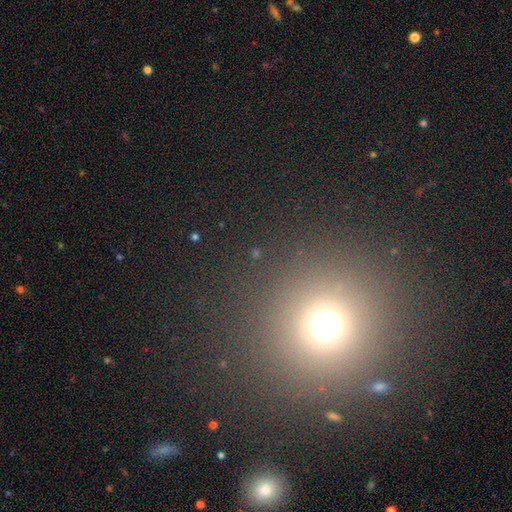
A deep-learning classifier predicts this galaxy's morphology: Q: Smooth or featured?
A: smooth (59%); runner-up: star or artifact (33%)
Q: How rounded?
A: round (94%); runner-up: in between (5%)
Q: Merging?
A: none (88%); runner-up: minor disturbance (6%)